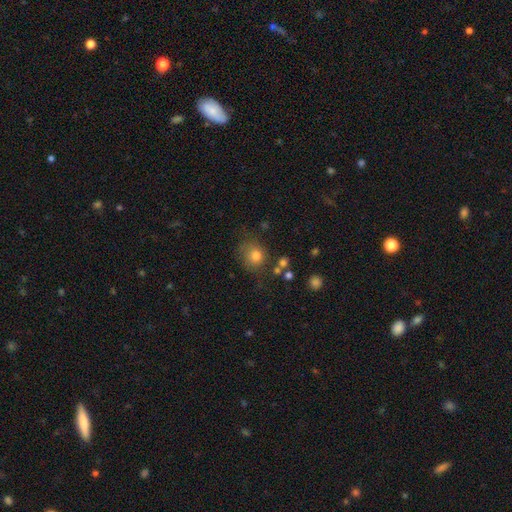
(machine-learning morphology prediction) A smooth galaxy with no disk features (79%) that is round (80%).

Vote fractions:
- Smooth or featured? smooth: 79% / star or artifact: 12% / featured or disk: 8%
- How rounded? round: 80% / in between: 19% / cigar-shaped: 1%
- Merging? none: 66% / minor disturbance: 18% / major disturbance: 8% / merger: 7%